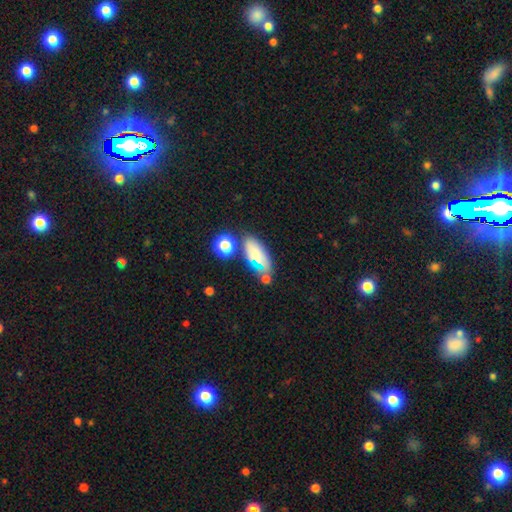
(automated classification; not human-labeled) Smooth or featured? smooth (65%)
How rounded? in between (73%)
Merging? none (60%)